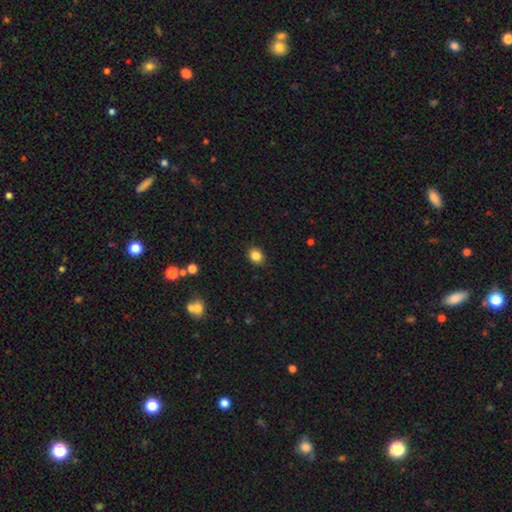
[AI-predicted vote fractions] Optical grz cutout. It shows a smooth galaxy with no disk features (85%) that is round (58%). Merging: none (90%).